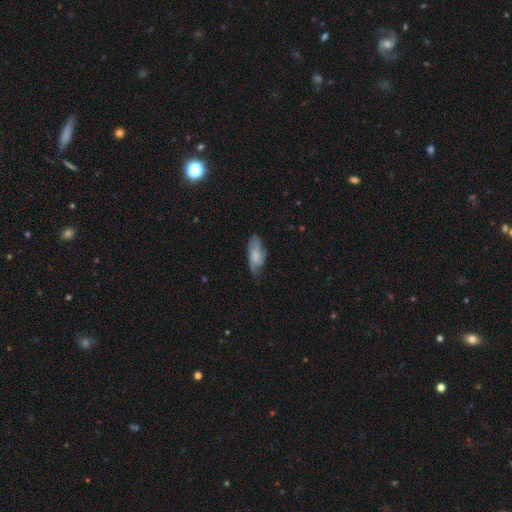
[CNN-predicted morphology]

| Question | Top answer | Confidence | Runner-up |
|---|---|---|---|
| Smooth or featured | smooth | 52% | featured or disk (41%) |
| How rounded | in between | 81% | cigar-shaped (17%) |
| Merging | none | 61% | minor disturbance (28%) |